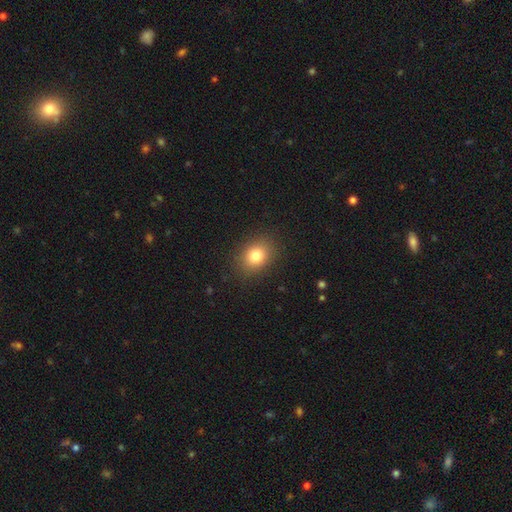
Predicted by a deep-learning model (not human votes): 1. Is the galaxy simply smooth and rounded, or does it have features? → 80% smooth, 11% star or artifact, 8% featured or disk.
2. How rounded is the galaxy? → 55% in between, 44% round, 1% cigar-shaped.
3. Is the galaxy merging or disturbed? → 88% none, 8% minor disturbance, 3% major disturbance, 1% merger.